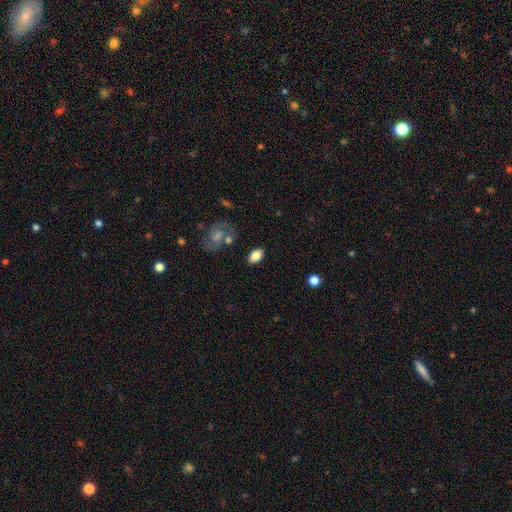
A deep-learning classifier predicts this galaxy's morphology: smooth-or-featured: smooth: 81% | featured or disk: 11% | star or artifact: 8%
  how-rounded: in between: 91% | round: 6% | cigar-shaped: 3%
  merging: none: 84% | minor disturbance: 10% | merger: 3% | major disturbance: 3%